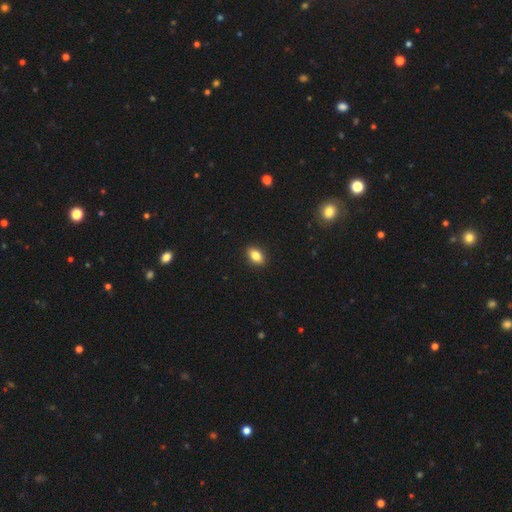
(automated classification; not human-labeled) Overall: smooth (84%). How rounded: in between (86%). Merging: none (90%).